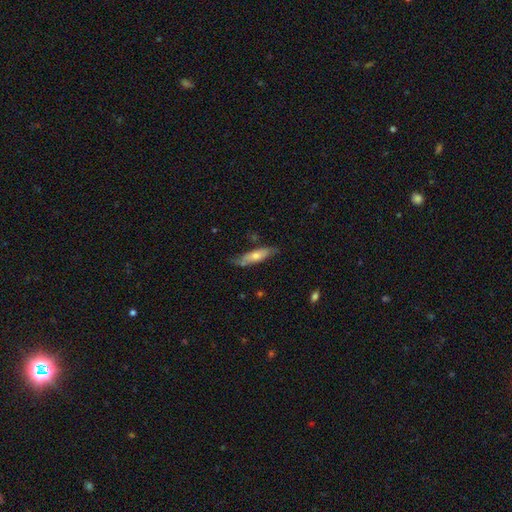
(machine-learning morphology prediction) Q: Smooth or featured?
A: smooth (55%); runner-up: featured or disk (39%)
Q: How rounded?
A: cigar-shaped (61%); runner-up: in between (37%)
Q: Merging?
A: none (67%); runner-up: minor disturbance (24%)